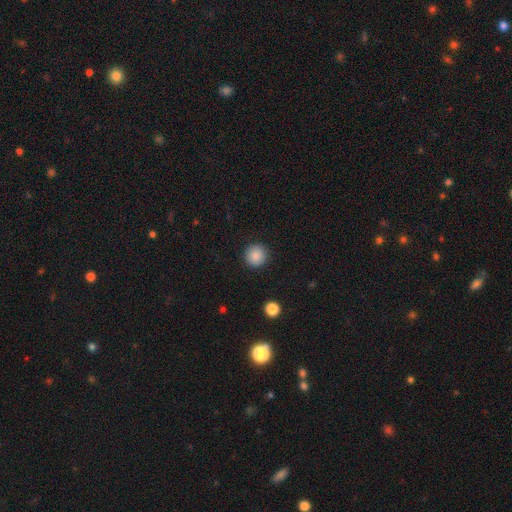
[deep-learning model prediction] Q: Smooth or featured?
A: smooth (86%); runner-up: star or artifact (10%)
Q: How rounded?
A: round (95%); runner-up: in between (4%)
Q: Merging?
A: none (92%); runner-up: minor disturbance (5%)